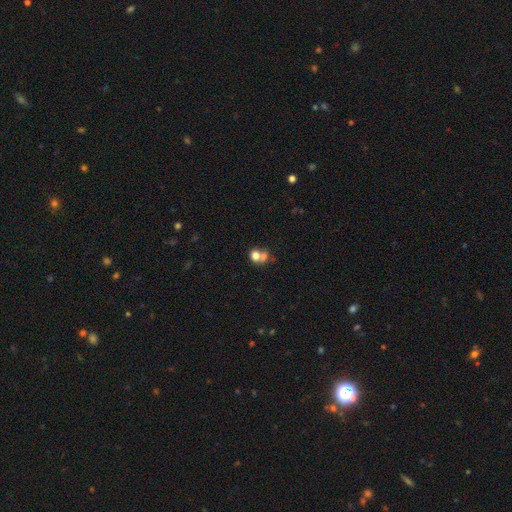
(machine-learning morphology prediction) Overall: smooth (71%). How rounded: round (63%; in between 36%). Merging: merger (51%; none 32%).